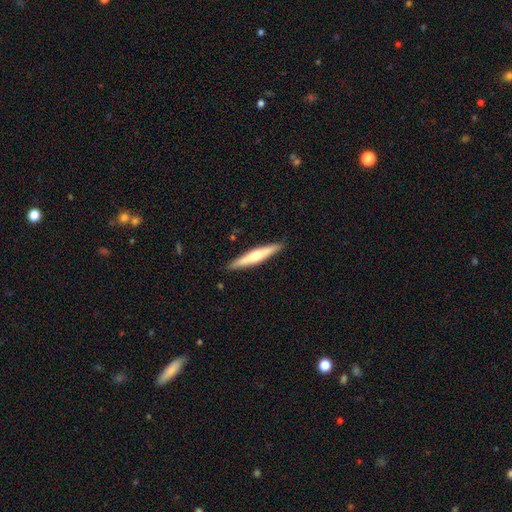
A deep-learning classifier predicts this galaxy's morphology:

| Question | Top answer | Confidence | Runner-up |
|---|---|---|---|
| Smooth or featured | featured or disk | 49% | smooth (46%) |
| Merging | none | 90% | minor disturbance (7%) |